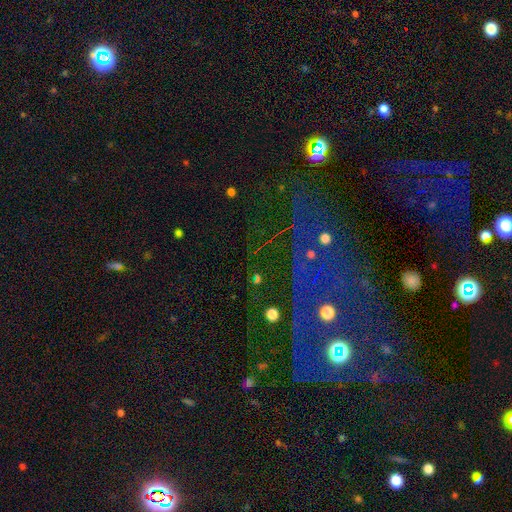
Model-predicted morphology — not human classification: type=star or artifact (76%).